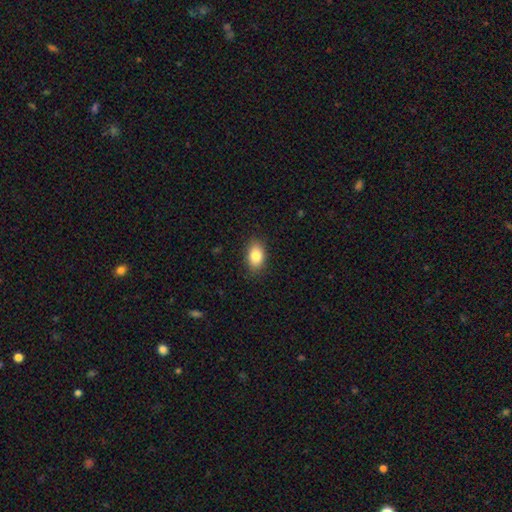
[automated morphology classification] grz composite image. It shows a smooth galaxy with no disk features (84%) that is in between round and cigar-shaped (87%). Merging: none (87%).